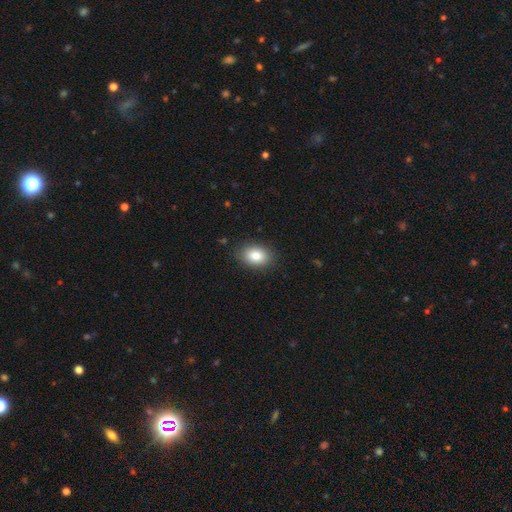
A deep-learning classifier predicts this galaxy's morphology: A smooth galaxy with no disk features (85%) that is in between round and cigar-shaped (78%).

Vote fractions:
- Smooth or featured? smooth: 85% / star or artifact: 8% / featured or disk: 7%
- How rounded? in between: 78% / round: 21% / cigar-shaped: 1%
- Merging? none: 87% / minor disturbance: 10% / major disturbance: 2% / merger: 1%